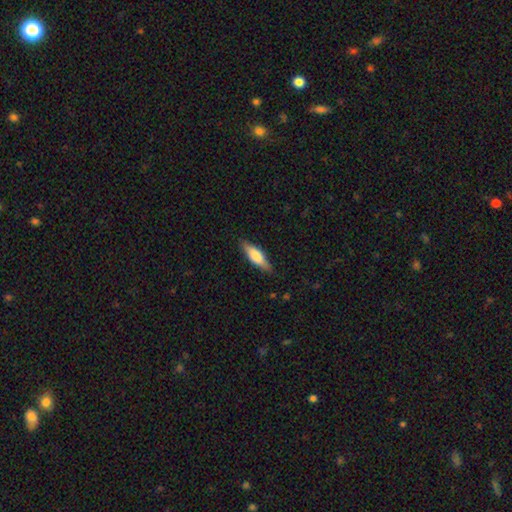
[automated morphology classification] This appears to be a smooth galaxy with no disk features (69%) that is cigar-shaped (50%). Merging: none (85%).